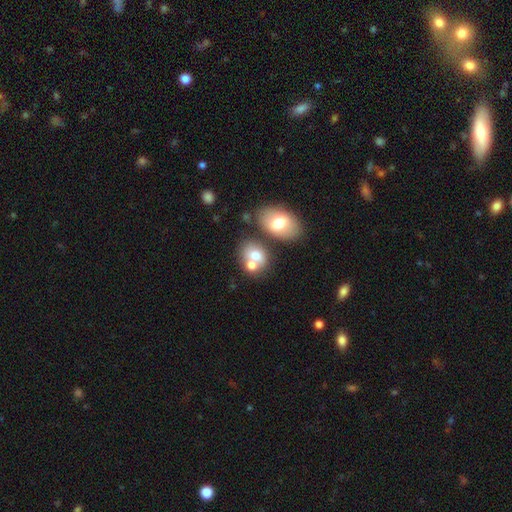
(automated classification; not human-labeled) Smooth or featured? Predicted: smooth (p=0.69). How rounded? Predicted: in between (p=0.50). Merging? Predicted: merger (p=0.47).